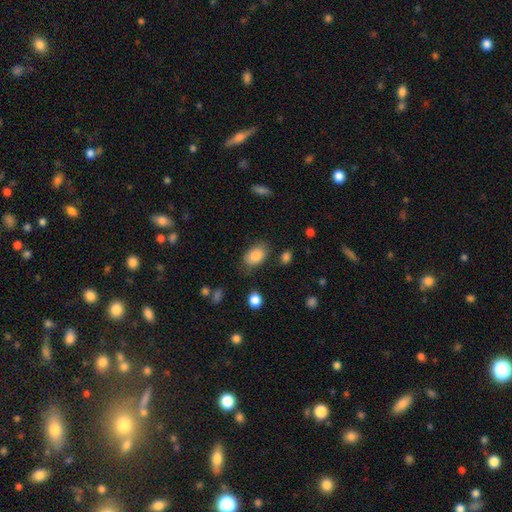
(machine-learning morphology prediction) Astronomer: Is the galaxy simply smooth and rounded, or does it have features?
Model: smooth — 85%.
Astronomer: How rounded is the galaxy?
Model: in between — 88%.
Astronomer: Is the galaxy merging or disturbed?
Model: none — 75%.